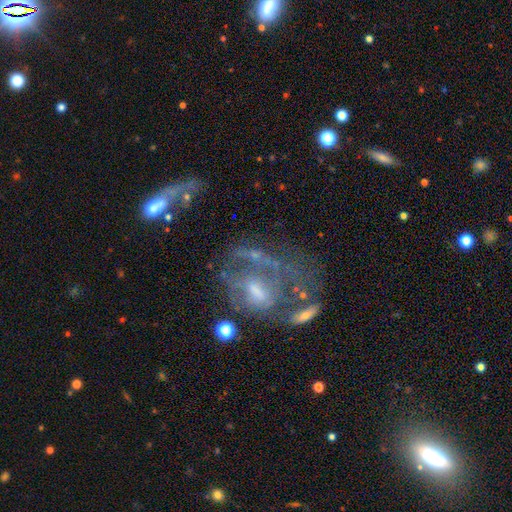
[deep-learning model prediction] This appears to be a featured or disk galaxy (68%) with no bar (52%), no spiral arms (58%) and a moderate central bulge (37%). Merging: major disturbance (34%).